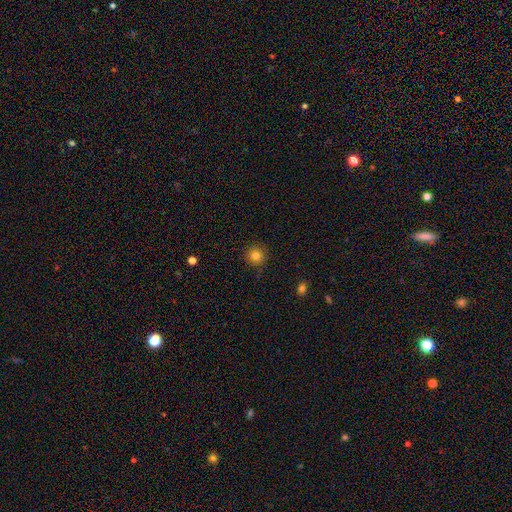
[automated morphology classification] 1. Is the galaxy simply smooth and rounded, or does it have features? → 81% smooth, 12% star or artifact, 7% featured or disk.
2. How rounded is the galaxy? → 93% round, 6% in between, 1% cigar-shaped.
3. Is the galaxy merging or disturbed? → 90% none, 7% minor disturbance, 2% major disturbance, 1% merger.